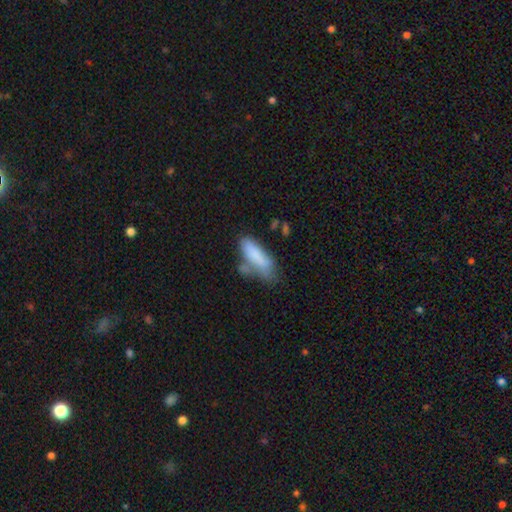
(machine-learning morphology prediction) A smooth galaxy with no disk features (81%) that is in between round and cigar-shaped (57%).

Vote fractions:
- Smooth or featured? smooth: 81% / featured or disk: 13% / star or artifact: 7%
- How rounded? in between: 57% / cigar-shaped: 41% / round: 2%
- Merging? none: 42% / minor disturbance: 29% / merger: 16% / major disturbance: 13%